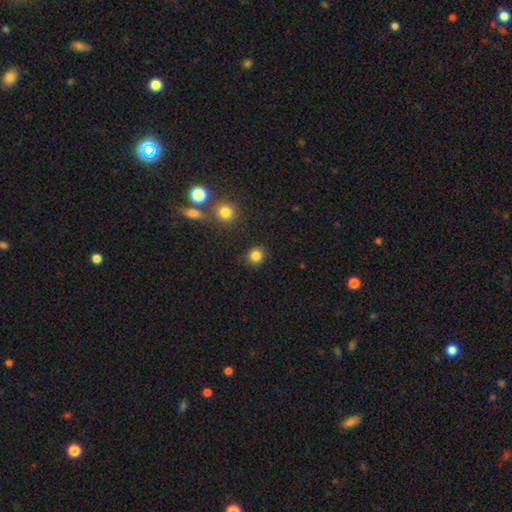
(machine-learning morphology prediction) Q: Smooth or featured?
A: smooth (84%); runner-up: star or artifact (12%)
Q: How rounded?
A: round (88%); runner-up: in between (12%)
Q: Merging?
A: none (88%); runner-up: minor disturbance (7%)